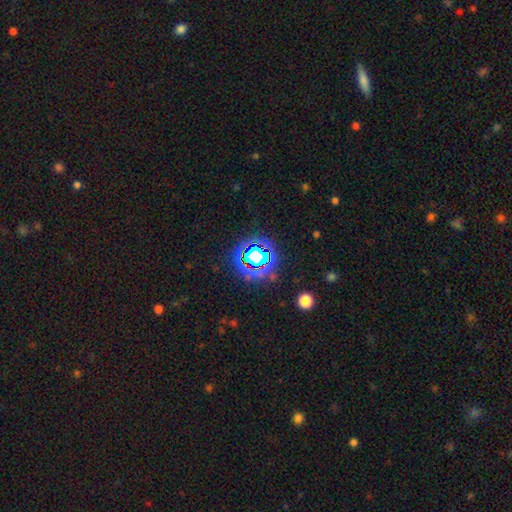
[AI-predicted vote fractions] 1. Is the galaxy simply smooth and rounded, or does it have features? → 69% star or artifact, 19% smooth, 12% featured or disk.